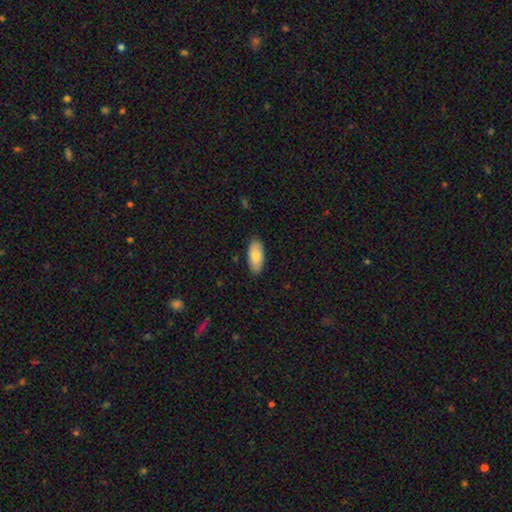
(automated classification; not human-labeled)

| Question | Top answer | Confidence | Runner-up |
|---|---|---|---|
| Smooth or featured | smooth | 81% | featured or disk (13%) |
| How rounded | in between | 89% | cigar-shaped (9%) |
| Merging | none | 85% | minor disturbance (12%) |